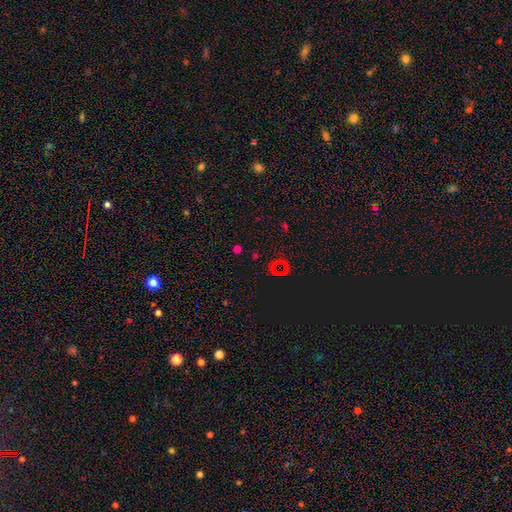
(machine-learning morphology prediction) This is likely a star or artifact rather than a galaxy (61%).